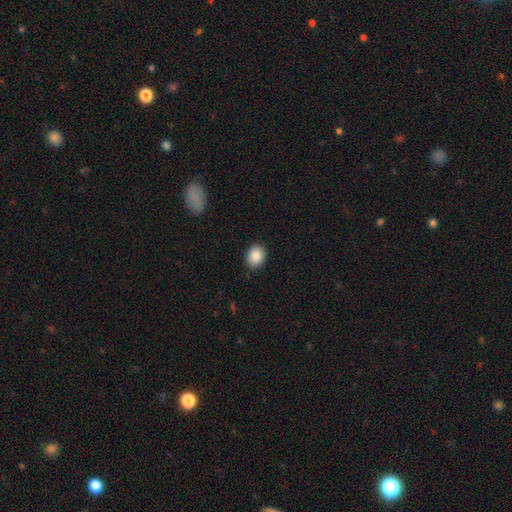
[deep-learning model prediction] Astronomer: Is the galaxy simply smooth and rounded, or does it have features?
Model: smooth — 88%.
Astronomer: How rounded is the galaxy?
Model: in between — 53% (runner-up: round, 46%).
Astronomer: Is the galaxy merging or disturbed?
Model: none — 88%.